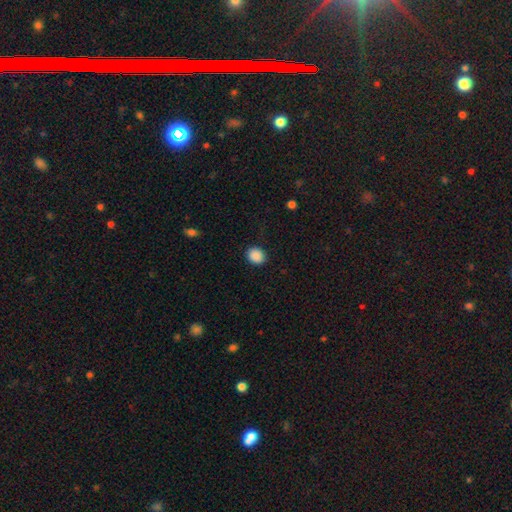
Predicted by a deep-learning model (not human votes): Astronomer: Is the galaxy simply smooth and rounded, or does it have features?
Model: smooth — 90%.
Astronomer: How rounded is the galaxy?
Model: round — 65%.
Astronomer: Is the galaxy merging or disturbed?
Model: none — 90%.